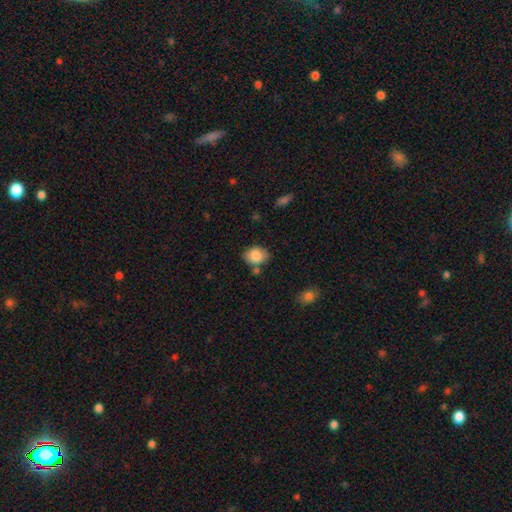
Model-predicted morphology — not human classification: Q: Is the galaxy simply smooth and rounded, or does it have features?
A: smooth — 84%.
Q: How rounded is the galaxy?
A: in between — 56%.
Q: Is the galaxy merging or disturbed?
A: none — 67%.